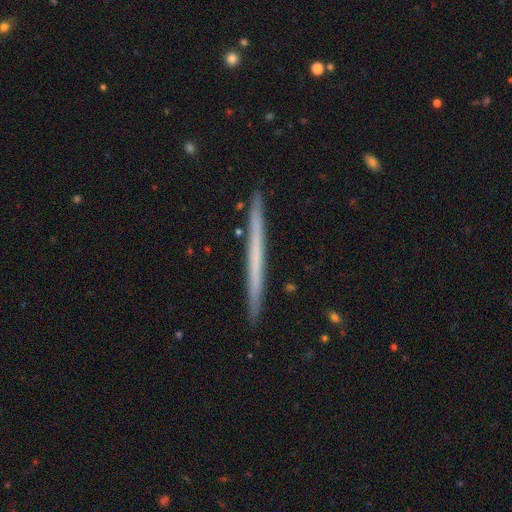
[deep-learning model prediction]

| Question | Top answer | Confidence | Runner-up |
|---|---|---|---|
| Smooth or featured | featured or disk | 50% | smooth (45%) |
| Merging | none | 92% | minor disturbance (6%) |